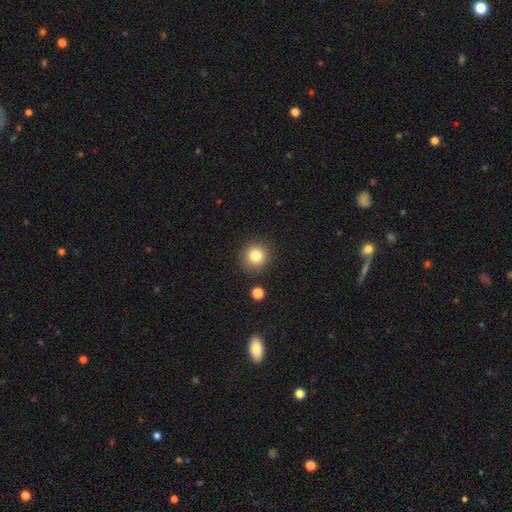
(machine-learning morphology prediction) smooth-or-featured: smooth: 82% | star or artifact: 11% | featured or disk: 7%
  how-rounded: round: 93% | in between: 6% | cigar-shaped: 1%
  merging: none: 88% | minor disturbance: 7% | merger: 3% | major disturbance: 3%